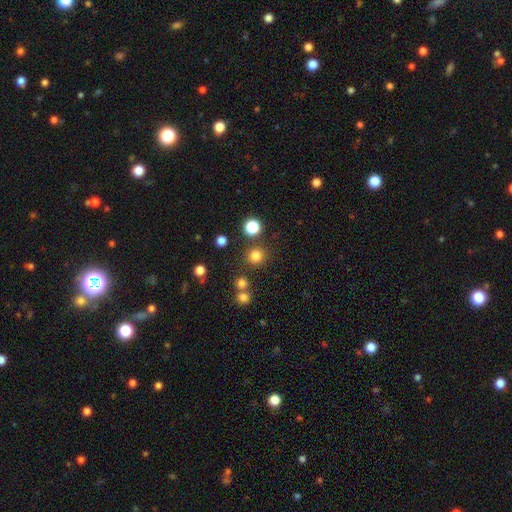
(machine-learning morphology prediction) smooth 79%, star or artifact 17%, featured or disk 5%. Down the decision tree: how rounded — round (93%); merging — none (84%).